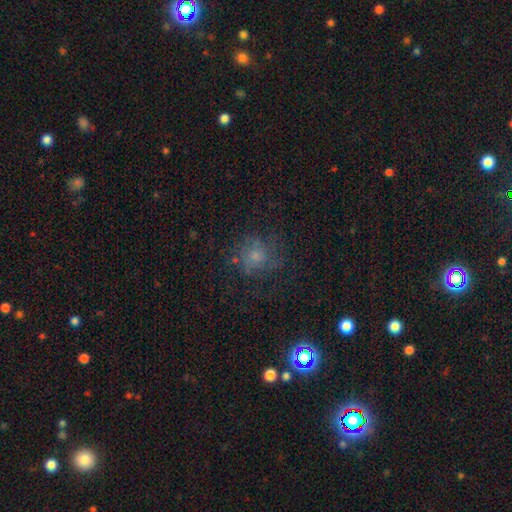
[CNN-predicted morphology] A smooth galaxy with no disk features (54%) that is round (81%). Merging: none (63%).